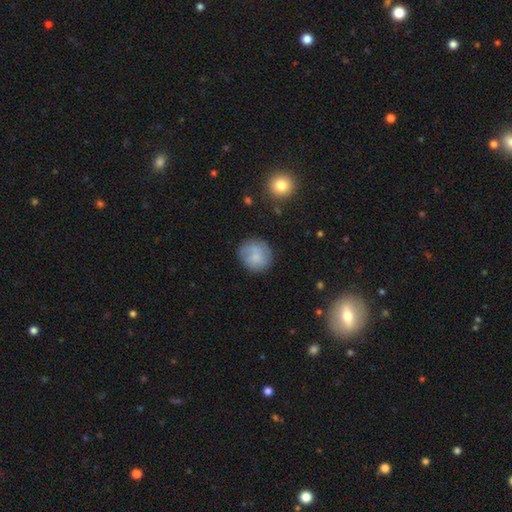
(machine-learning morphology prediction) Q: Smooth or featured?
A: smooth (73%); runner-up: featured or disk (19%)
Q: How rounded?
A: round (87%); runner-up: in between (12%)
Q: Merging?
A: none (69%); runner-up: minor disturbance (20%)